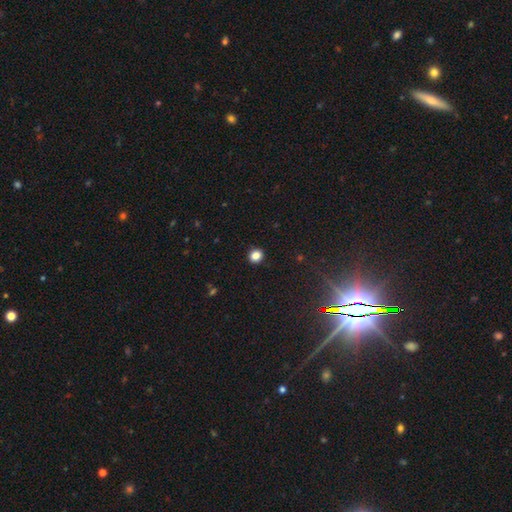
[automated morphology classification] The model was most divided on "how rounded": round: 85%, in between: 14%, cigar-shaped: 1%. More confident: merging — none (92%); smooth or featured — smooth (84%).